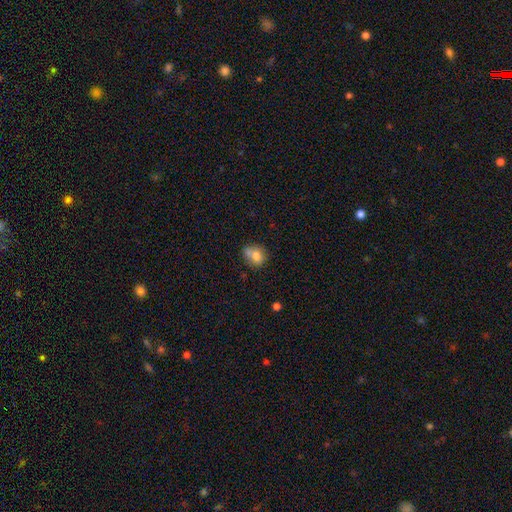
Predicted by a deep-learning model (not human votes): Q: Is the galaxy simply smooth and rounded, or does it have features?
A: smooth — 75%.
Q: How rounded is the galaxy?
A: round — 57%.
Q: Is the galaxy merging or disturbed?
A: none — 45%.